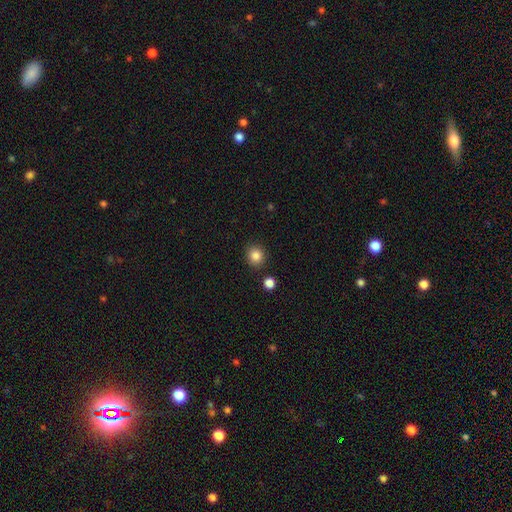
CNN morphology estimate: This is clearly a smooth galaxy (85%). How rounded: clearly round (86%). Merging: clearly none (88%).